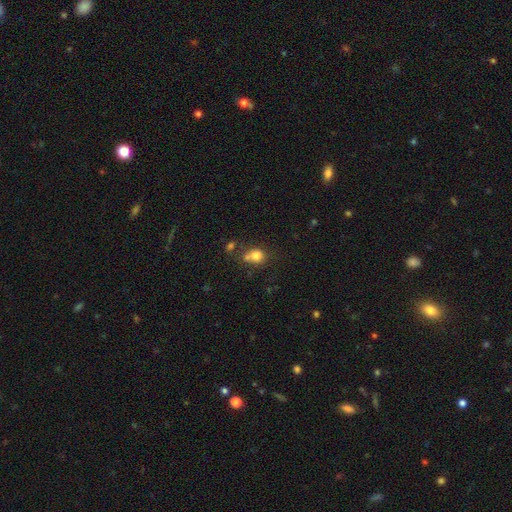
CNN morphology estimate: The model was most divided on "merging": none: 50%, merger: 31%, minor disturbance: 13%, major disturbance: 6%. More confident: smooth or featured — smooth (78%); how rounded — round (73%).